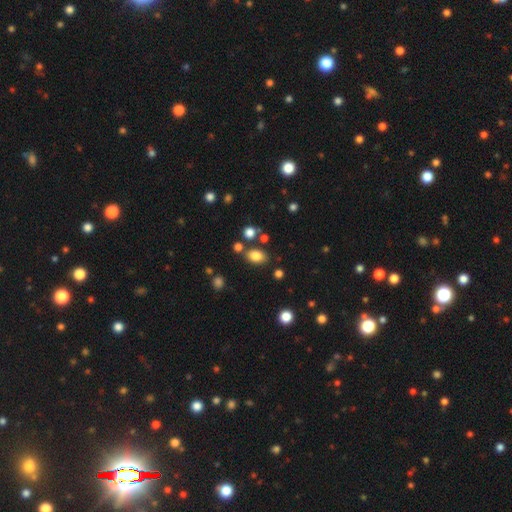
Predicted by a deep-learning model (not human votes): smooth-or-featured: smooth: 82% | star or artifact: 11% | featured or disk: 7%
  how-rounded: in between: 79% | round: 20% | cigar-shaped: 1%
  merging: none: 76% | minor disturbance: 12% | merger: 9% | major disturbance: 4%